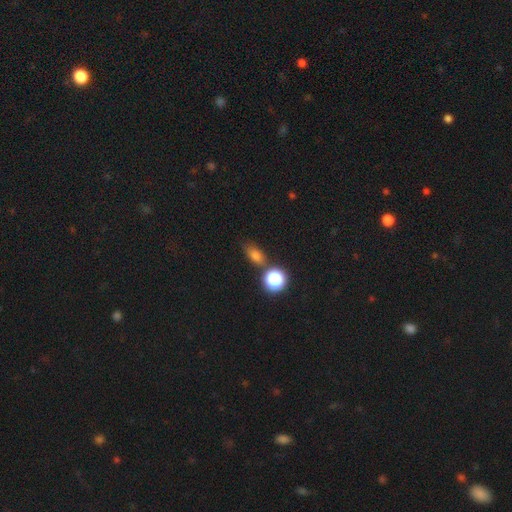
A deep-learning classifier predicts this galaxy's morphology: Smooth or featured: smooth — 69% (star or artifact — 22%)
How rounded: in between — 69% (round — 25%)
Merging: none — 72% (minor disturbance — 14%)